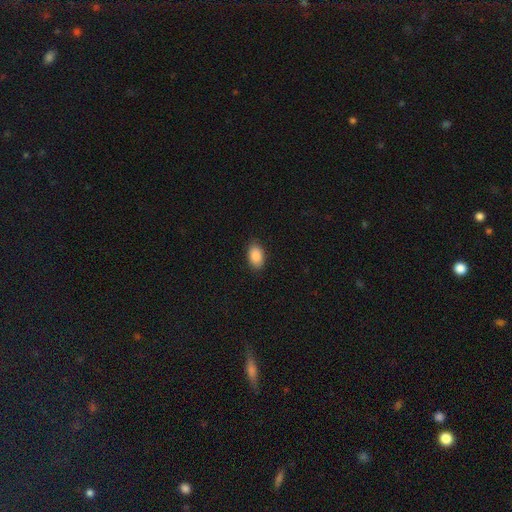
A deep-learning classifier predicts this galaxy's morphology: Smooth or featured? Predicted: smooth (p=0.89). How rounded? Predicted: in between (p=0.92). Merging? Predicted: none (p=0.87).